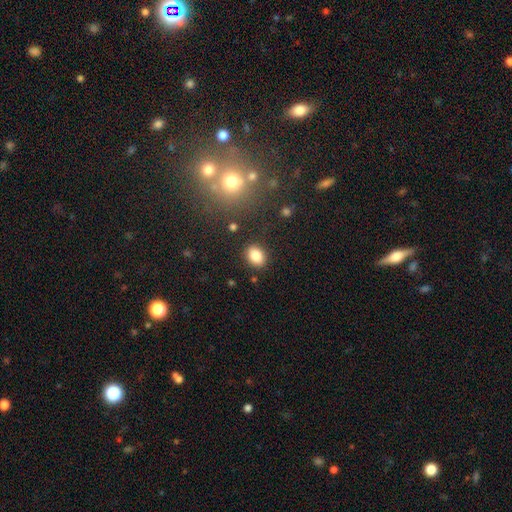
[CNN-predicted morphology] smooth 84%, star or artifact 10%, featured or disk 6%. Down the decision tree: how rounded — in between (61%); merging — none (86%).